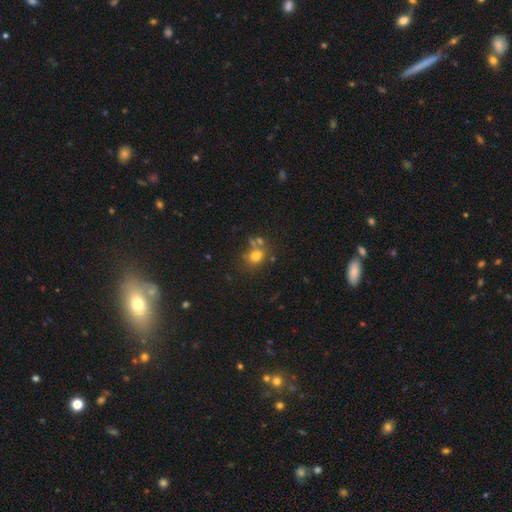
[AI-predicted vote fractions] This appears to be a smooth galaxy with no disk features (72%) that is round (62%). Merging: none (53%).